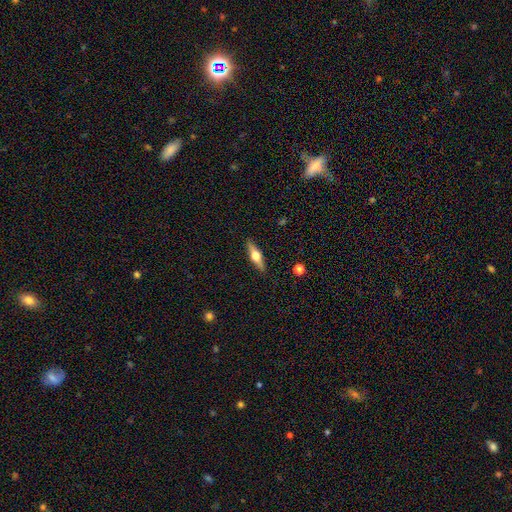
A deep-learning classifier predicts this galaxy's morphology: This appears to be a featured or disk galaxy (58%) viewed edge-on (95%) with a rounded central bulge (95%). Merging: none (90%).